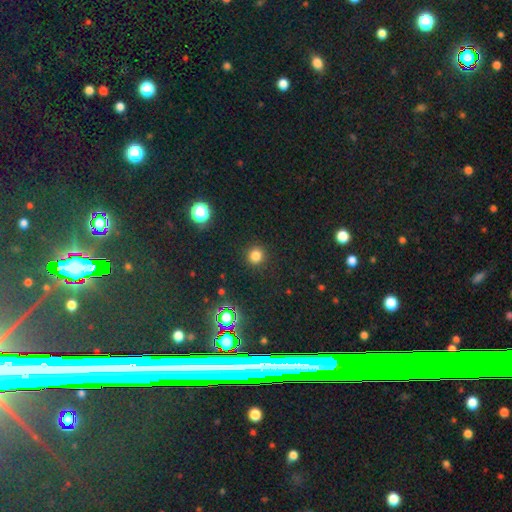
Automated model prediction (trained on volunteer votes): A smooth galaxy with no disk features (78%) that is round (93%). Merging: none (91%).